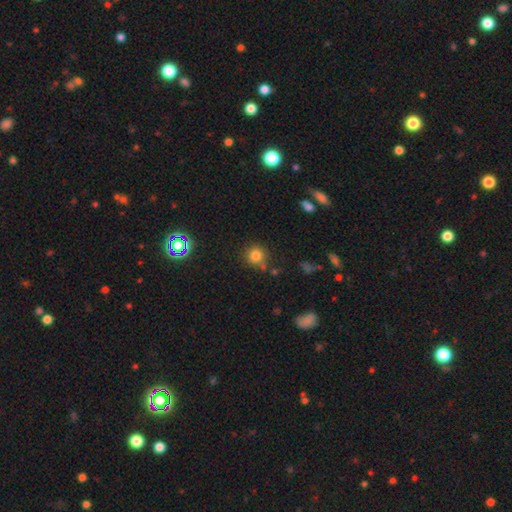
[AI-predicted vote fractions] Smooth or featured?
  - smooth: 78% *
  - star or artifact: 15%
  - featured or disk: 7%
How rounded?
  - round: 91% *
  - in between: 8%
  - cigar-shaped: 1%
Merging?
  - none: 75% *
  - minor disturbance: 13%
  - merger: 8%
  - major disturbance: 4%